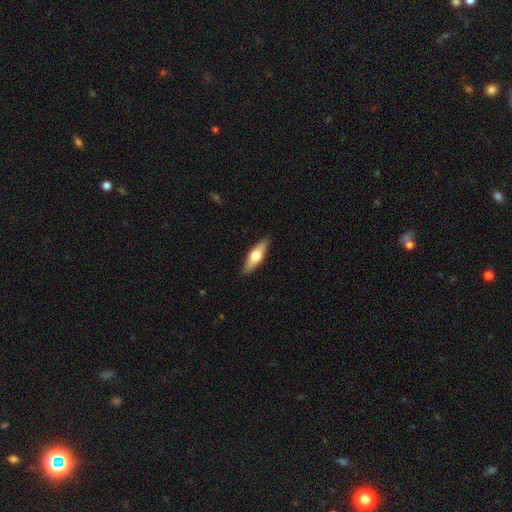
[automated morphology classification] This is possibly a smooth galaxy (56%). How rounded: possibly in between (51%). Merging: clearly none (89%).